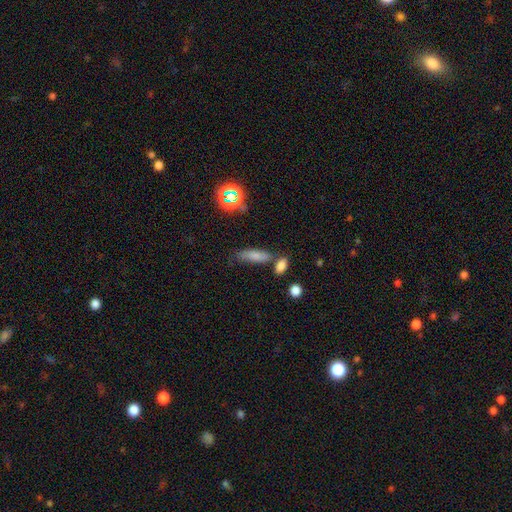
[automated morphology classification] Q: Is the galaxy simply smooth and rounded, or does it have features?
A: smooth — 78%.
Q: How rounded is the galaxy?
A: in between — 49%.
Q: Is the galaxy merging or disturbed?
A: none — 60%.